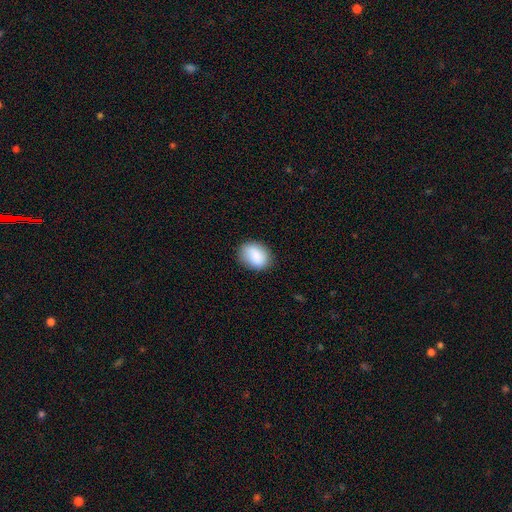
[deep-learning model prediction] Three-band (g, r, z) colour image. It shows a smooth galaxy with no disk features (87%) that is in between round and cigar-shaped (68%). Merging: none (83%).